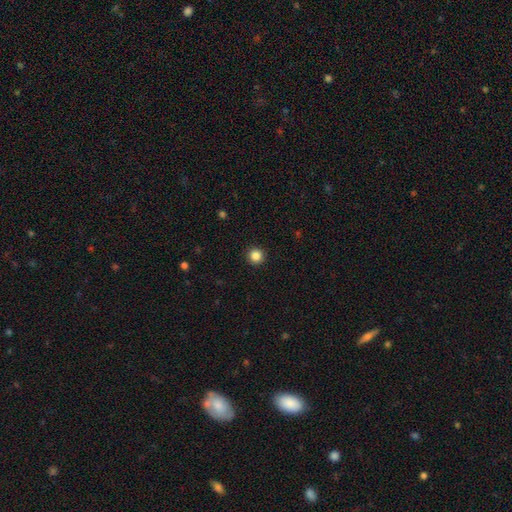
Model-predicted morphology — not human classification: smooth_or_featured: smooth (p=0.86) [alt: star or artifact p=0.11]
how_rounded: round (p=0.95) [alt: in between p=0.04]
merging: none (p=0.93) [alt: minor disturbance p=0.05]